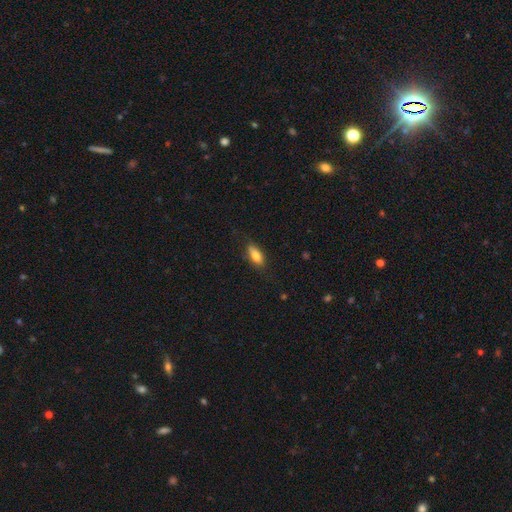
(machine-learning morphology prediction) smooth-or-featured: smooth: 77% | featured or disk: 16% | star or artifact: 7%
  how-rounded: in between: 78% | cigar-shaped: 19% | round: 3%
  merging: none: 76% | minor disturbance: 18% | major disturbance: 4% | merger: 1%